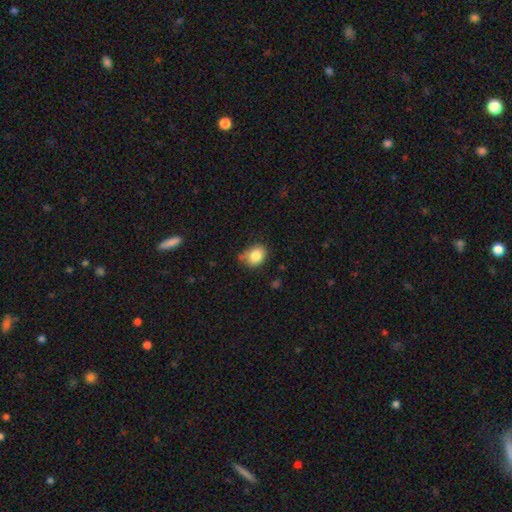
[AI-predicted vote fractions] This is clearly a smooth galaxy (84%). How rounded: possibly in between (53%). Merging: likely none (66%).